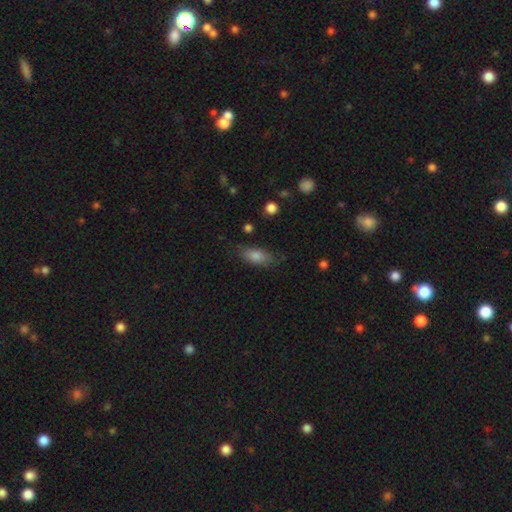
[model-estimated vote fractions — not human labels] Smooth or featured: smooth — 77% (featured or disk — 14%)
How rounded: in between — 77% (cigar-shaped — 19%)
Merging: none — 72% (minor disturbance — 21%)